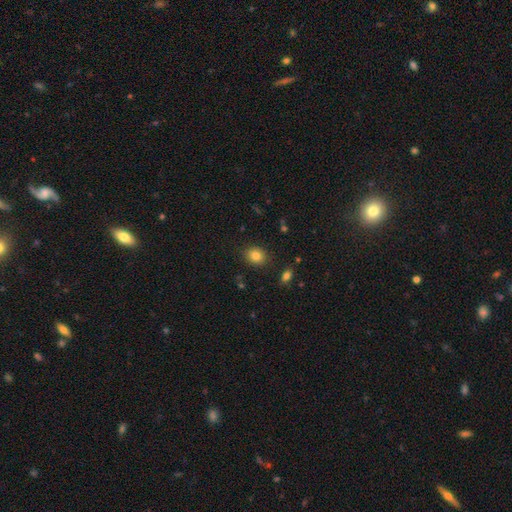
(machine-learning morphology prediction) A smooth galaxy with no disk features (84%) that is round (58%). Merging: none (87%).